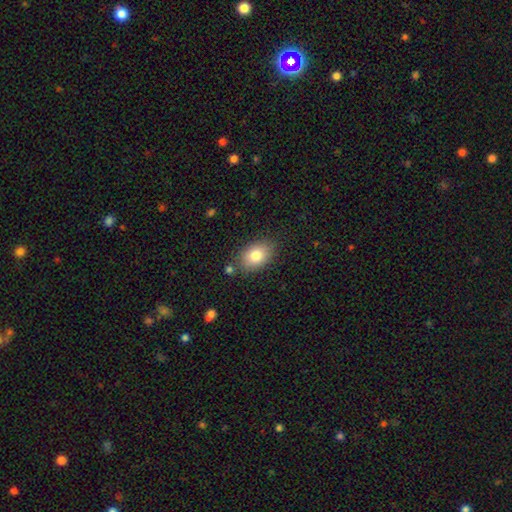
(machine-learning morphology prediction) This appears to be a smooth galaxy with no disk features (81%) that is in between round and cigar-shaped (81%). Merging: none (82%).